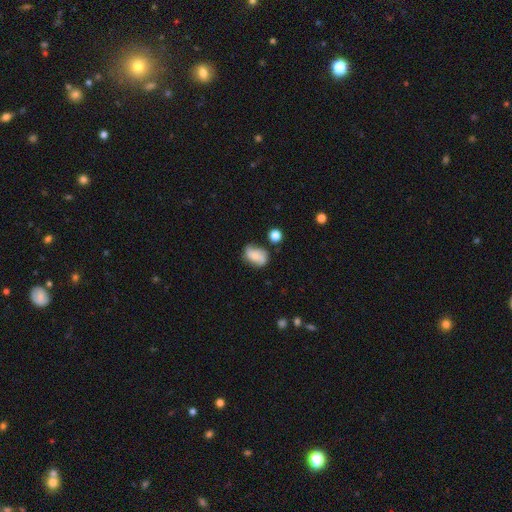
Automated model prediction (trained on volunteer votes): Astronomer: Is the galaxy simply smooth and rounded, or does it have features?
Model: smooth — 59%.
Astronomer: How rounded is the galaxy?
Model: in between — 81%.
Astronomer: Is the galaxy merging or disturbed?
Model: none — 55%.